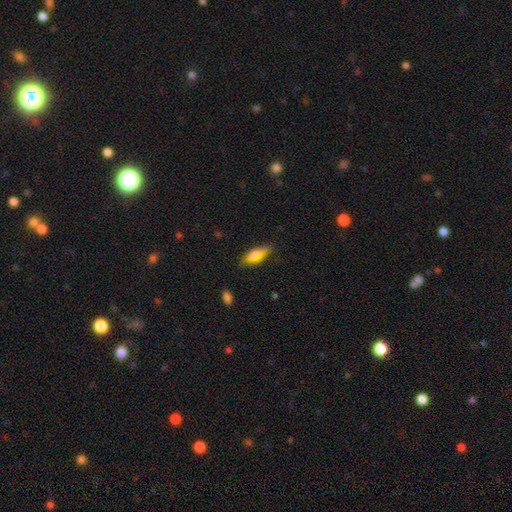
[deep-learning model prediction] Q: Smooth or featured?
A: smooth (64%); runner-up: featured or disk (26%)
Q: How rounded?
A: in between (66%); runner-up: cigar-shaped (31%)
Q: Merging?
A: none (77%); runner-up: minor disturbance (17%)